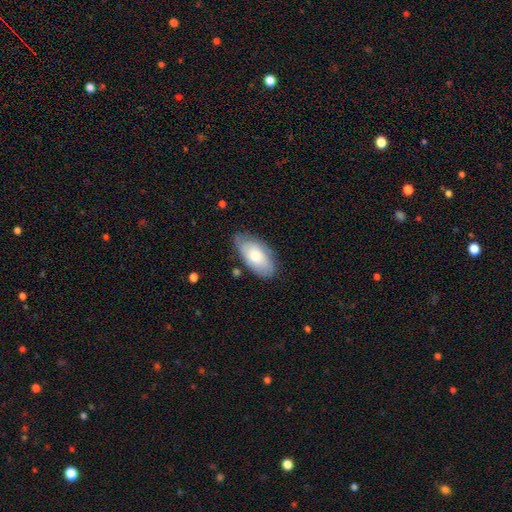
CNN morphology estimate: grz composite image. It shows a smooth galaxy with no disk features (67%) that is in between round and cigar-shaped (93%). Merging: none (73%).